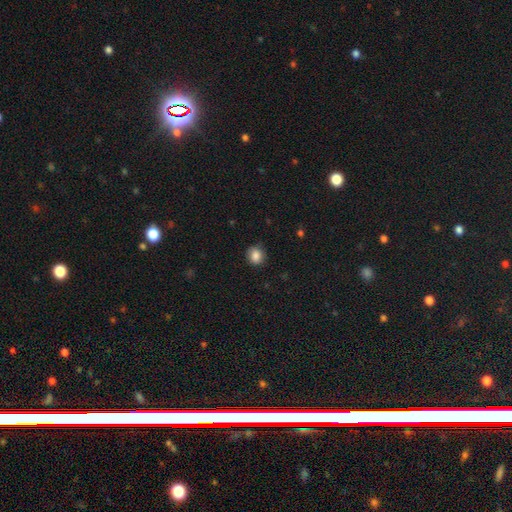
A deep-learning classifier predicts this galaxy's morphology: A smooth galaxy with no disk features (86%) that is round (79%). Merging: none (83%).